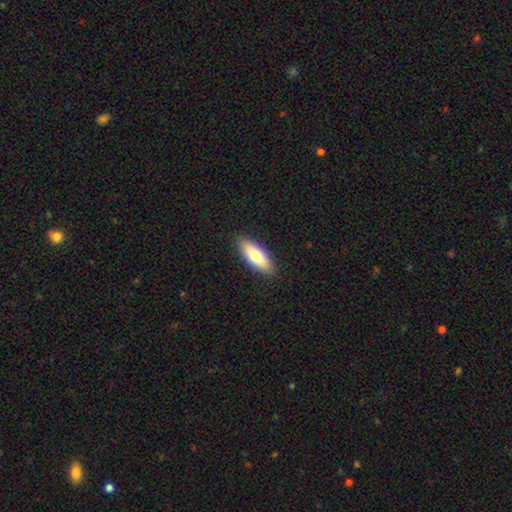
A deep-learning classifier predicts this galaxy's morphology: This is likely a smooth galaxy (73%). How rounded: likely in between (67%). Merging: clearly none (90%).